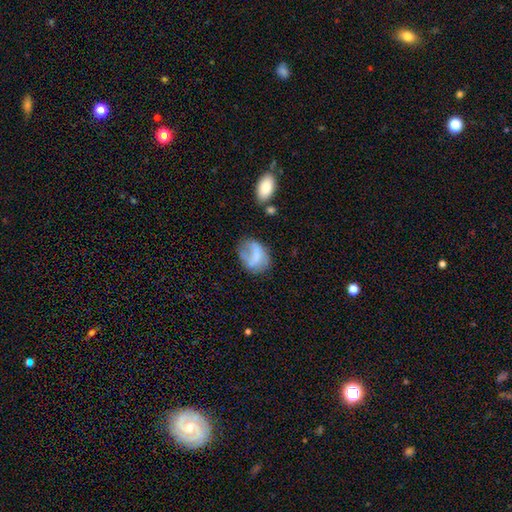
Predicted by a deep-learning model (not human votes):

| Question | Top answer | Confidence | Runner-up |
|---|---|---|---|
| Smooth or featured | smooth | 55% | featured or disk (36%) |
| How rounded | in between | 67% | round (31%) |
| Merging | none | 41% | minor disturbance (28%) |